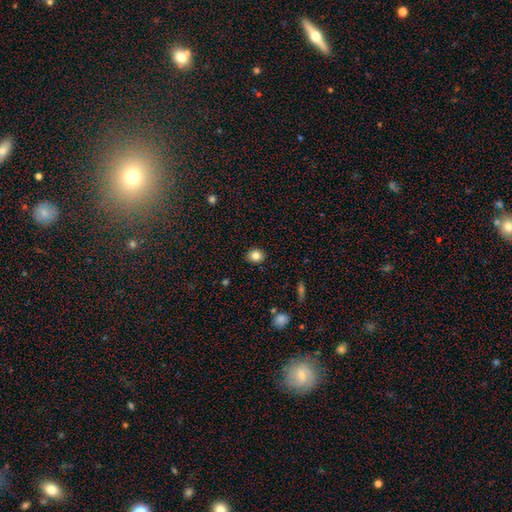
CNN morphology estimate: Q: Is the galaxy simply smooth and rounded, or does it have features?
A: smooth — 83%.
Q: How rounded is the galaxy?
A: round — 69%.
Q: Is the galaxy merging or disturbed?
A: none — 88%.